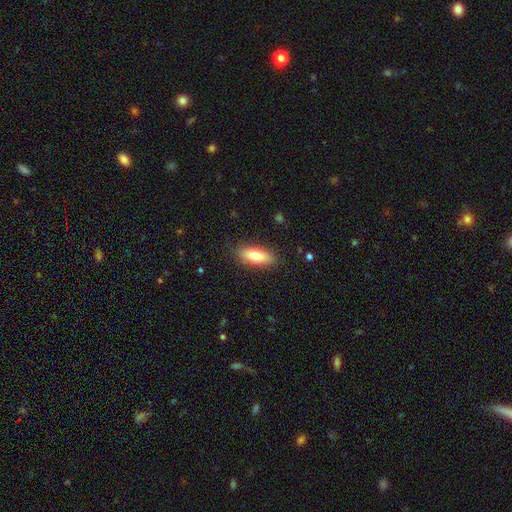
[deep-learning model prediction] Smooth or featured?
  - smooth: 77% *
  - featured or disk: 17%
  - star or artifact: 6%
How rounded?
  - in between: 71% *
  - cigar-shaped: 27%
  - round: 2%
Merging?
  - none: 86% *
  - minor disturbance: 10%
  - major disturbance: 2%
  - merger: 1%